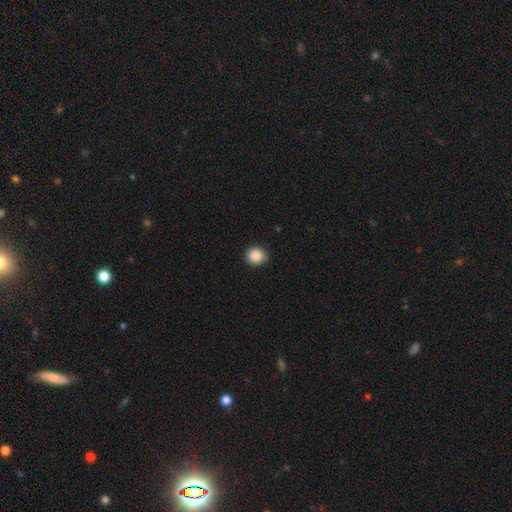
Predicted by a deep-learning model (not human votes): smooth-or-featured: smooth: 89% | star or artifact: 9% | featured or disk: 3%
  how-rounded: round: 89% | in between: 10% | cigar-shaped: 1%
  merging: none: 90% | minor disturbance: 7% | major disturbance: 2% | merger: 1%